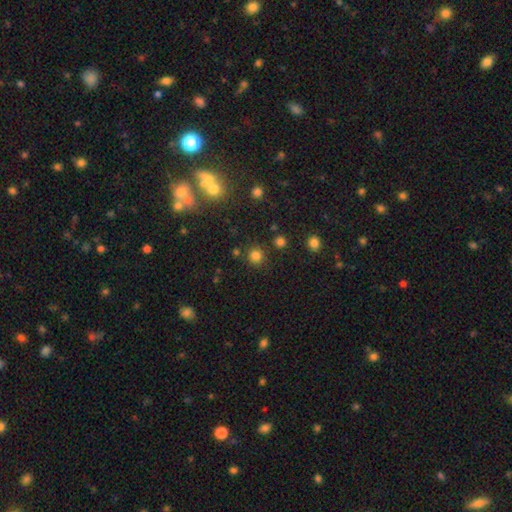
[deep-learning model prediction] Morphology: type=smooth (79%); roundness=round (93%); merging=none (85%).